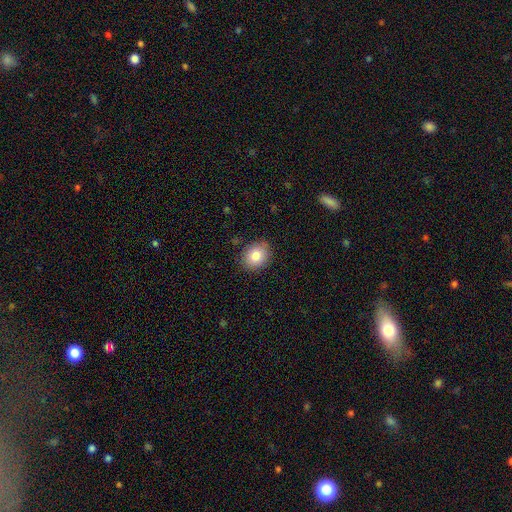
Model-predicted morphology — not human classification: Smooth or featured? Predicted: smooth (p=0.83). How rounded? Predicted: round (p=0.53). Merging? Predicted: none (p=0.85).